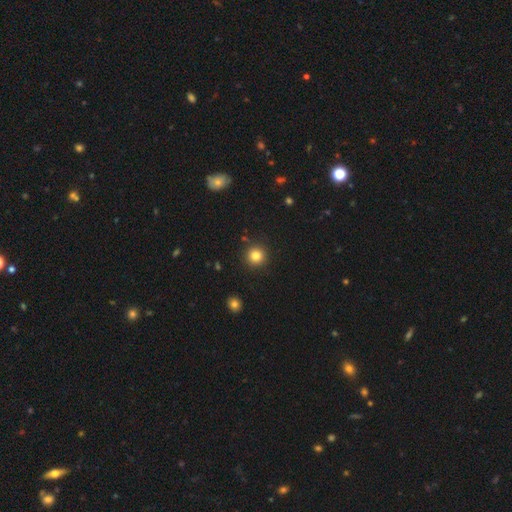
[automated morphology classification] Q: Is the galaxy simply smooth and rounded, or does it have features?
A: smooth — 83%.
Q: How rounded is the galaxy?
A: round — 94%.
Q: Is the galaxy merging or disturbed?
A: none — 90%.